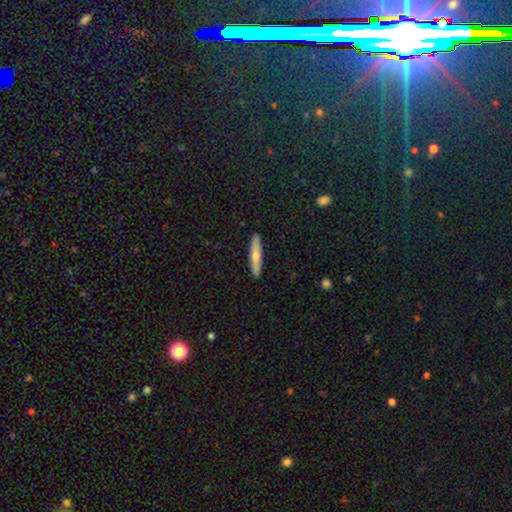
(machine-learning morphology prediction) A smooth galaxy with no disk features (64%) that is cigar-shaped (90%).

Vote fractions:
- Smooth or featured? smooth: 64% / featured or disk: 30% / star or artifact: 6%
- How rounded? cigar-shaped: 90% / in between: 8% / round: 2%
- Merging? none: 90% / minor disturbance: 7% / major disturbance: 1% / merger: 1%